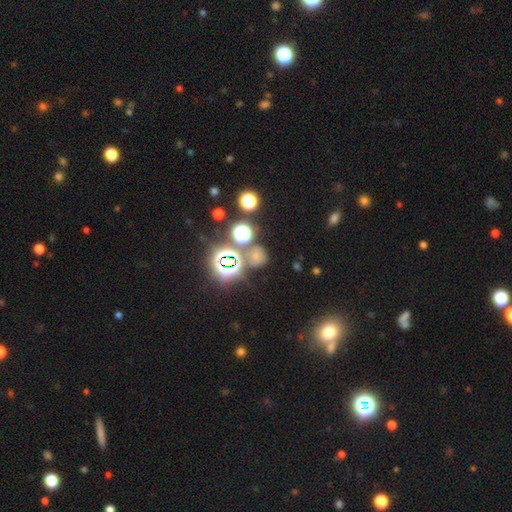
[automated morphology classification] smooth-or-featured: smooth: 47% | star or artifact: 44% | featured or disk: 9%
  merging: none: 63% | merger: 15% | minor disturbance: 14% | major disturbance: 8%